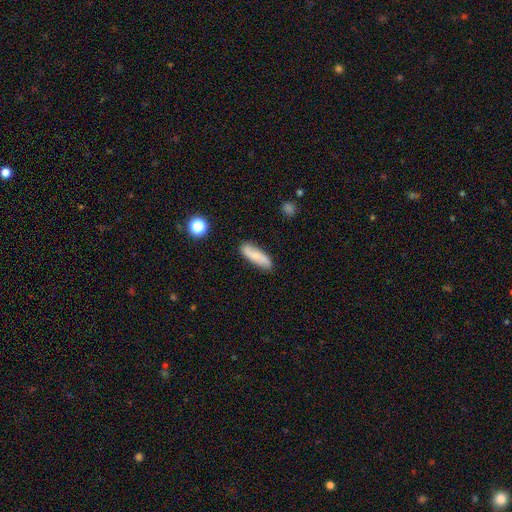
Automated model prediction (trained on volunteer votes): This appears to be a smooth galaxy with no disk features (63%) that is cigar-shaped (55%). Merging: none (80%).